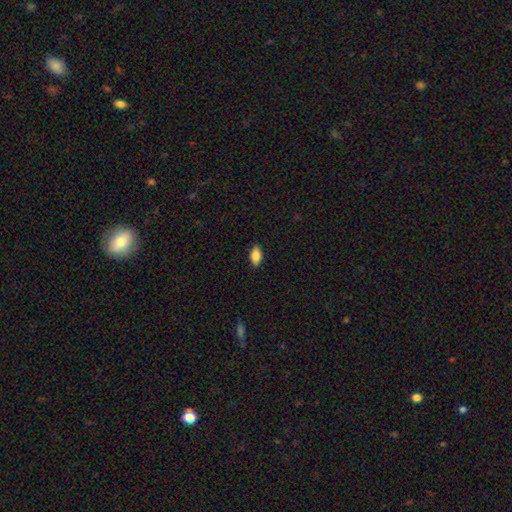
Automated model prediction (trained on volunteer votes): Smooth or featured? Predicted: smooth (p=0.84). How rounded? Predicted: in between (p=0.90). Merging? Predicted: none (p=0.89).